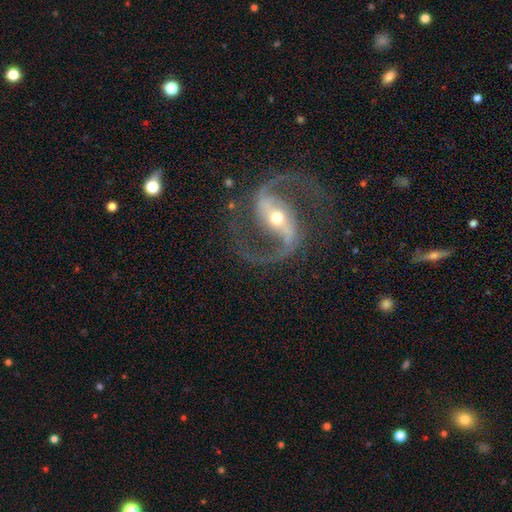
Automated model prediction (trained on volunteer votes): A featured or disk galaxy (93%) with a strong bar (56%), 2 (95%) medium (63%) spiral arms (98%) and a moderate central bulge (49%). Merging: none (83%).